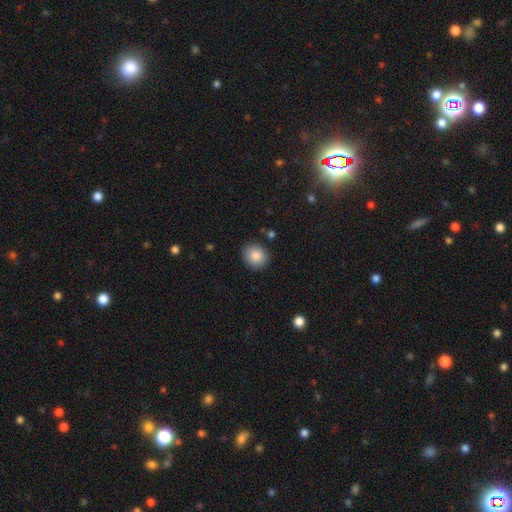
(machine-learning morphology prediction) smooth_or_featured: smooth (p=0.87) [alt: star or artifact p=0.08]
how_rounded: round (p=0.77) [alt: in between p=0.22]
merging: none (p=0.88) [alt: minor disturbance p=0.08]